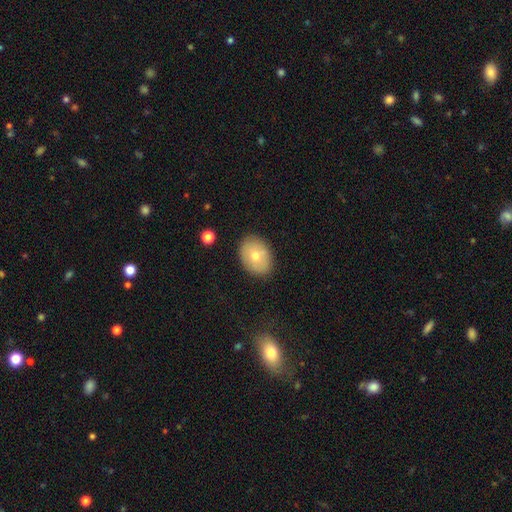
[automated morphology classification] This is likely a smooth galaxy (65%). How rounded: likely in between (74%). Merging: clearly none (85%).